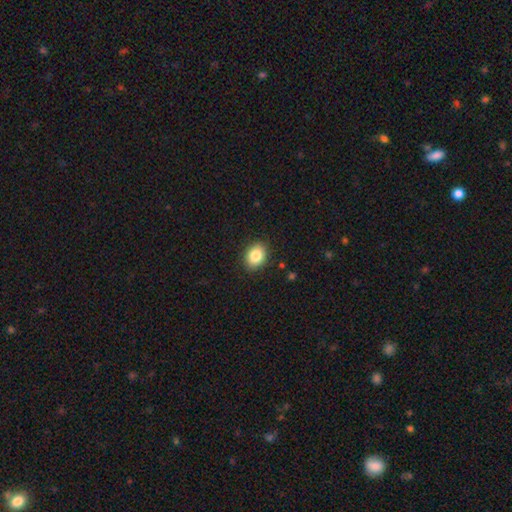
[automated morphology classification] smooth 85%, star or artifact 9%, featured or disk 6%. Down the decision tree: how rounded — in between (59%); merging — none (89%).